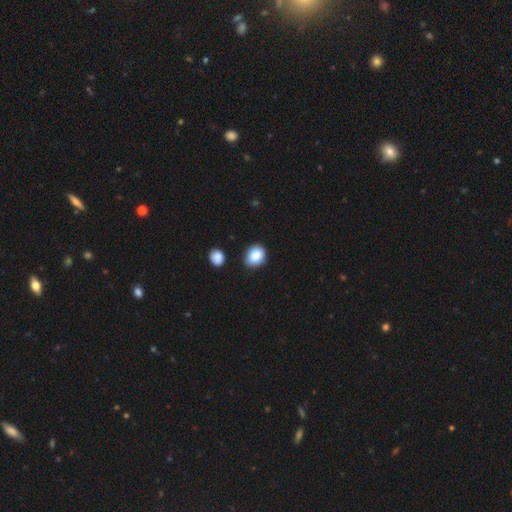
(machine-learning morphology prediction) Overall: smooth (85%). How rounded: round (58%; in between 41%). Merging: none (85%).